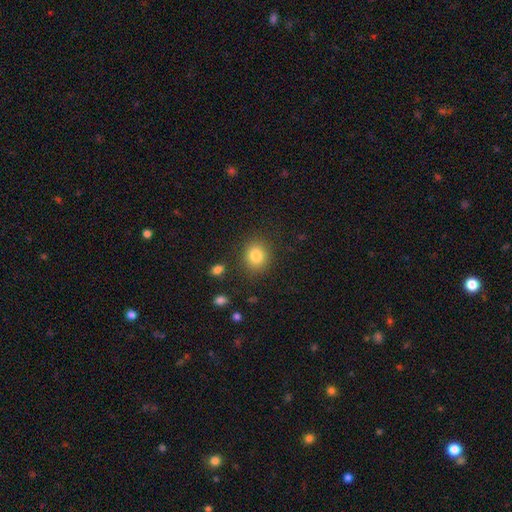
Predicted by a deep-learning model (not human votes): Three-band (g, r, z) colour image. It shows a smooth galaxy with no disk features (83%) that is round (75%). Merging: none (86%).